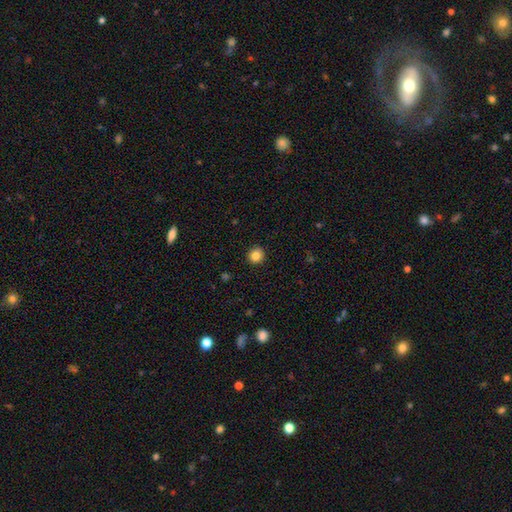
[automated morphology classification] smooth_or_featured: smooth (p=0.85) [alt: star or artifact p=0.10]
how_rounded: round (p=0.89) [alt: in between p=0.10]
merging: none (p=0.92) [alt: minor disturbance p=0.05]